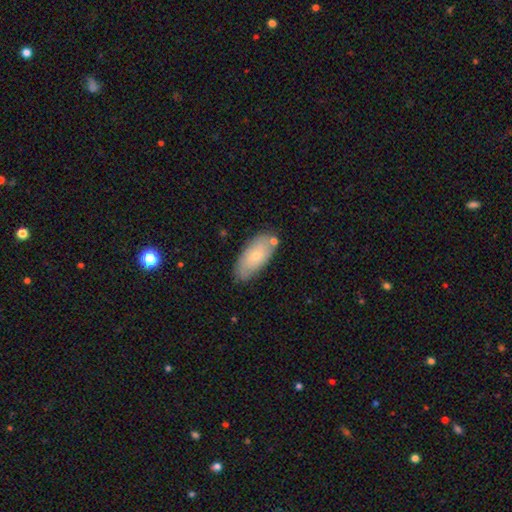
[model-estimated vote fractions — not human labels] smooth 64%, featured or disk 29%, star or artifact 6%. Down the decision tree: how rounded — in between (89%); merging — none (73%).